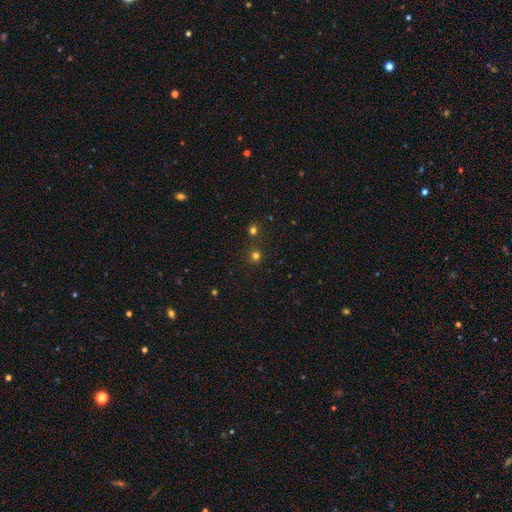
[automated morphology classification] The model was most divided on "smooth or featured": smooth: 69%, star or artifact: 26%, featured or disk: 5%. More confident: how rounded — round (93%); merging — none (84%).